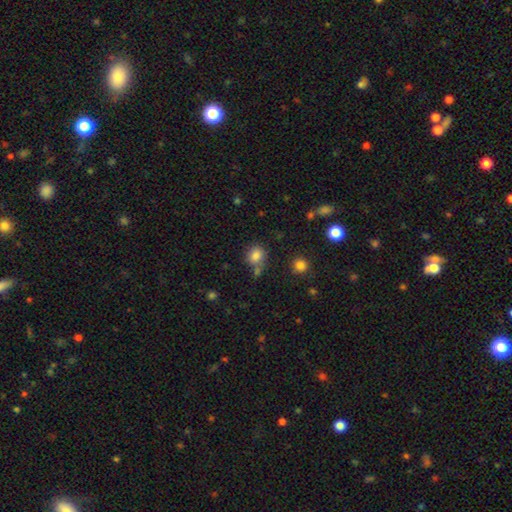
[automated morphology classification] Q: Smooth or featured?
A: smooth (82%); runner-up: star or artifact (12%)
Q: How rounded?
A: round (72%); runner-up: in between (27%)
Q: Merging?
A: none (66%); runner-up: merger (15%)